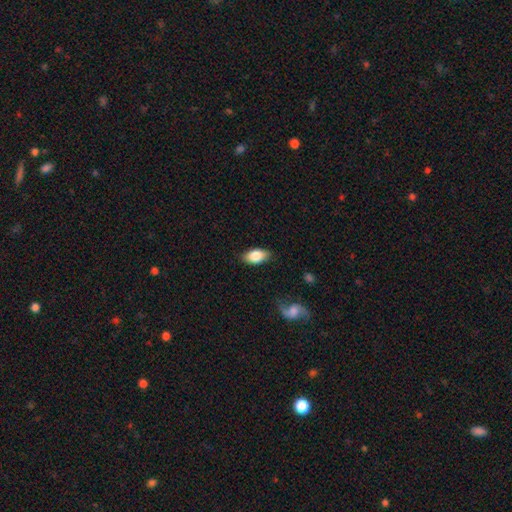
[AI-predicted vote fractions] smooth 81%, featured or disk 12%, star or artifact 7%. Down the decision tree: how rounded — in between (91%); merging — none (83%).